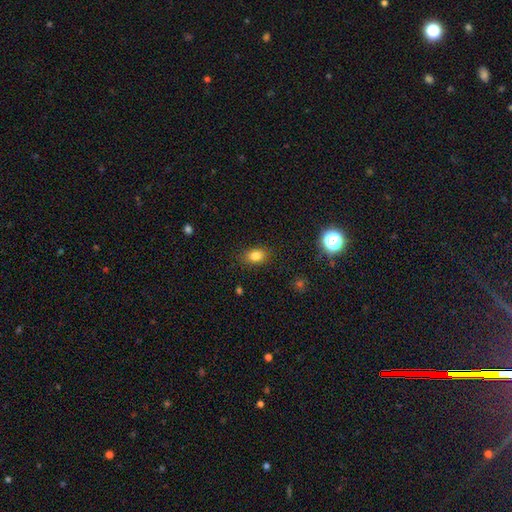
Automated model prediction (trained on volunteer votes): This is clearly a smooth galaxy (81%). How rounded: likely in between (70%). Merging: clearly none (85%).